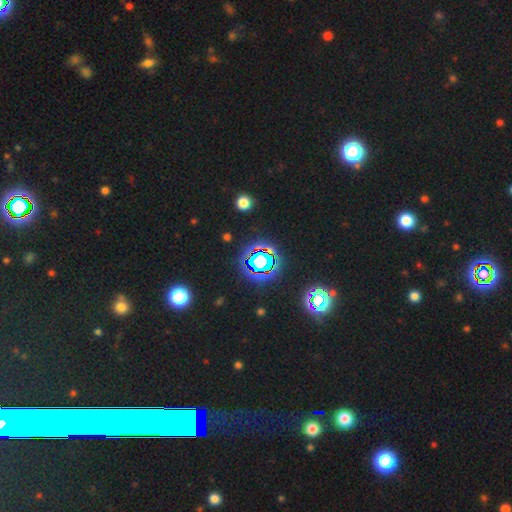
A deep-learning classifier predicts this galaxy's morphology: Smooth or featured? Predicted: star or artifact (p=0.75).